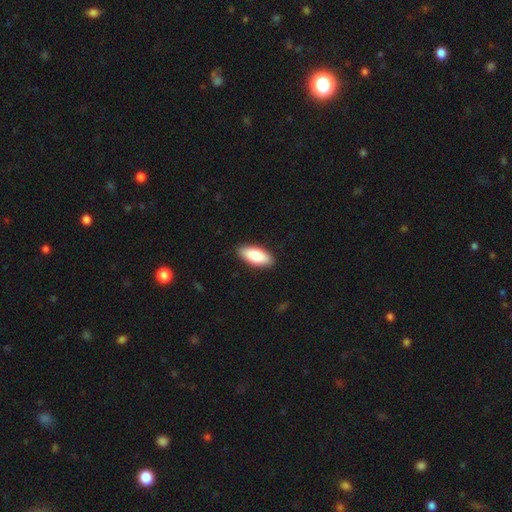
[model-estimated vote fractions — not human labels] Overall: smooth (81%). How rounded: in between (82%). Merging: none (89%).